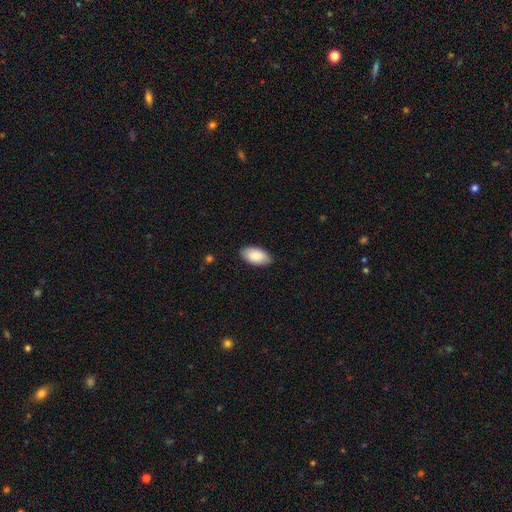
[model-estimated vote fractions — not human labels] This appears to be a smooth galaxy with no disk features (87%) that is in between round and cigar-shaped (96%). Merging: none (87%).